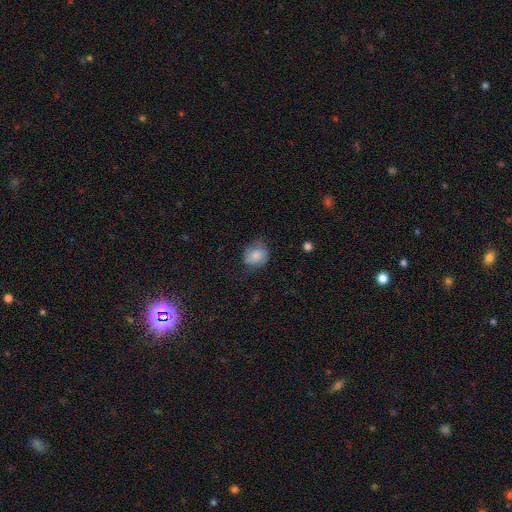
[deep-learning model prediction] Overall: smooth (70%). How rounded: round (50%; in between 49%). Merging: none (59%; minor disturbance 28%).